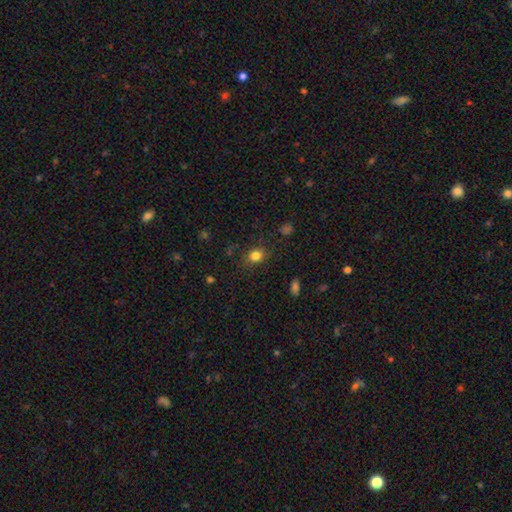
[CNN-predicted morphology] This appears to be a smooth galaxy with no disk features (82%) that is in between round and cigar-shaped (52%). Merging: none (83%).